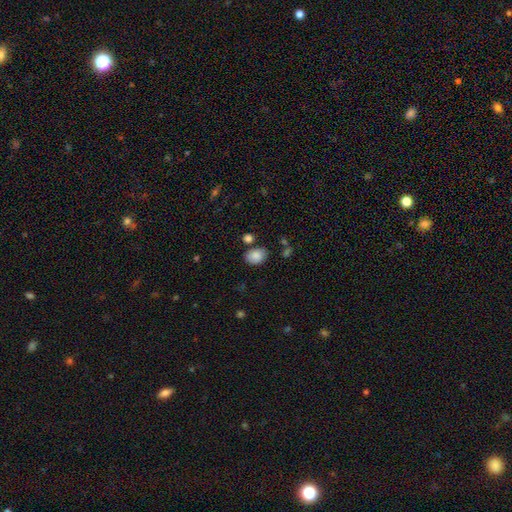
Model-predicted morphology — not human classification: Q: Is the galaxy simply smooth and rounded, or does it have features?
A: smooth — 86%.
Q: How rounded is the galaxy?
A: in between — 70%.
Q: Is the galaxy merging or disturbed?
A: none — 75%.